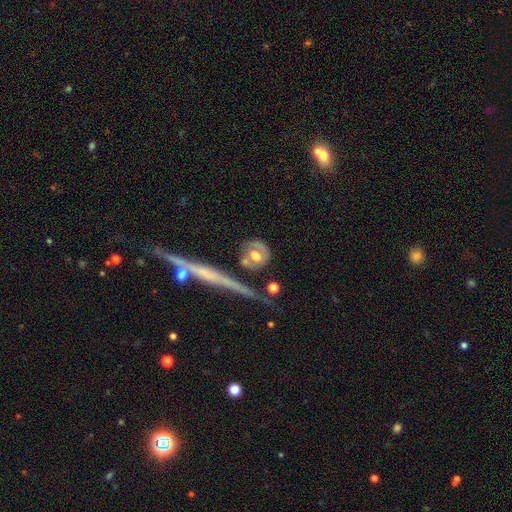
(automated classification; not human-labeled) This appears to be a smooth galaxy with no disk features (47%). Merging: none (58%).